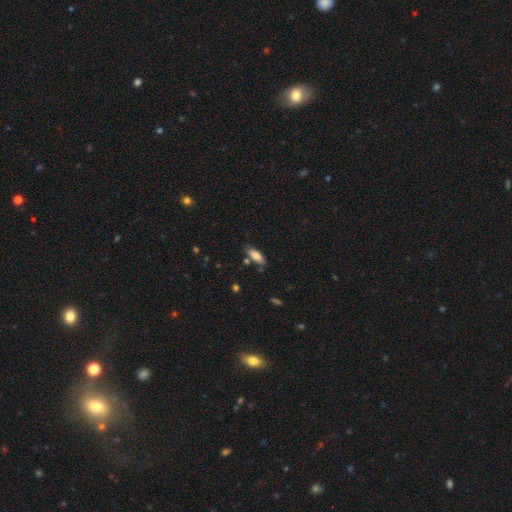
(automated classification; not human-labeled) Overall: smooth (82%). How rounded: in between (72%). Merging: none (74%).